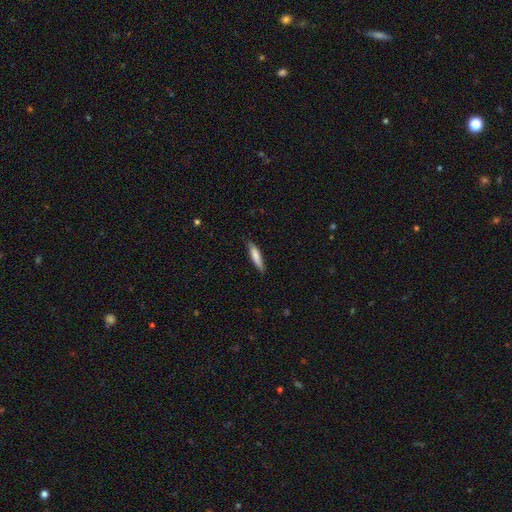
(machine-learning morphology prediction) Q: Smooth or featured?
A: smooth (76%); runner-up: featured or disk (19%)
Q: How rounded?
A: cigar-shaped (84%); runner-up: in between (15%)
Q: Merging?
A: none (83%); runner-up: minor disturbance (14%)